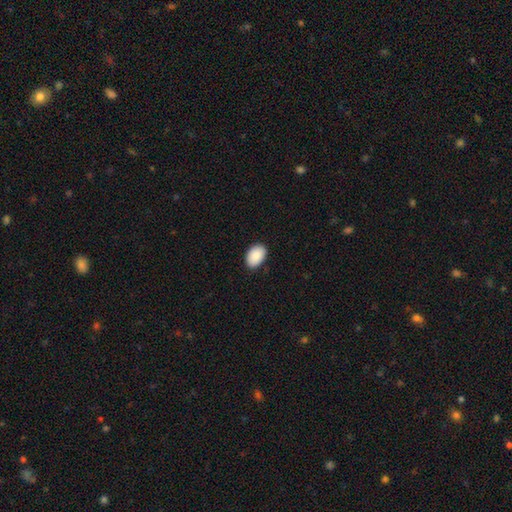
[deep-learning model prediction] A smooth galaxy with no disk features (90%) that is in between round and cigar-shaped (90%).

Vote fractions:
- Smooth or featured? smooth: 90% / star or artifact: 7% / featured or disk: 4%
- How rounded? in between: 90% / round: 9% / cigar-shaped: 1%
- Merging? none: 88% / minor disturbance: 9% / major disturbance: 2% / merger: 1%